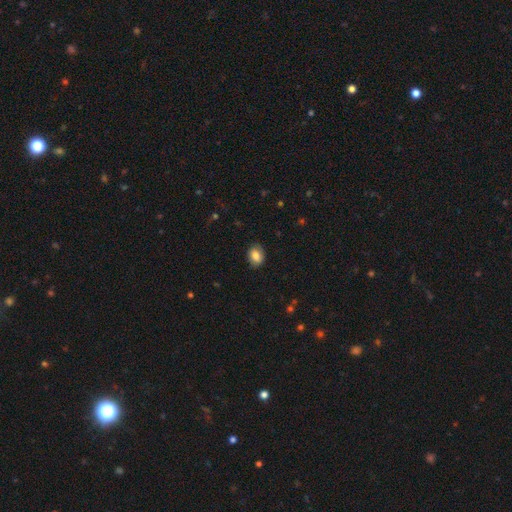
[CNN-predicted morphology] Q: Smooth or featured?
A: smooth (80%); runner-up: featured or disk (12%)
Q: How rounded?
A: in between (71%); runner-up: round (28%)
Q: Merging?
A: none (83%); runner-up: minor disturbance (13%)